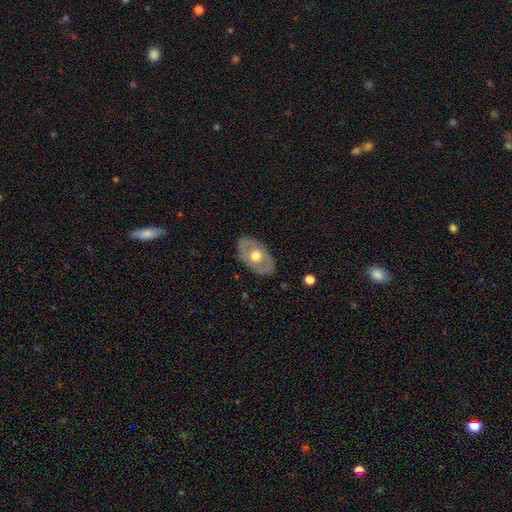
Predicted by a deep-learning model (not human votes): smooth-or-featured: featured or disk: 55% | smooth: 40% | star or artifact: 5%
  disk-edge-on: no: 88% | yes: 12%
  merging: none: 82% | minor disturbance: 14% | major disturbance: 4% | merger: 1%